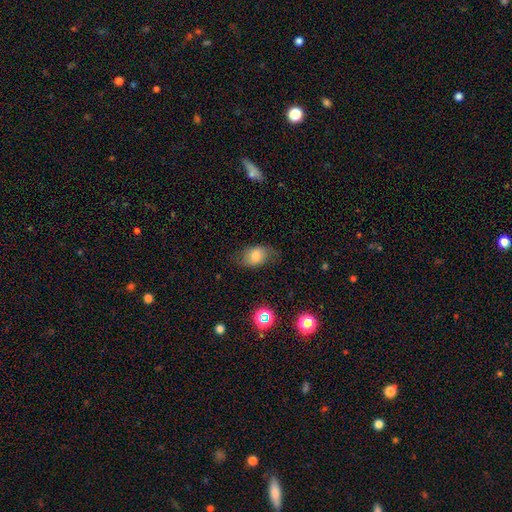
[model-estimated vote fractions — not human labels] Smooth or featured? smooth (70%)
How rounded? in between (77%)
Merging? none (66%)